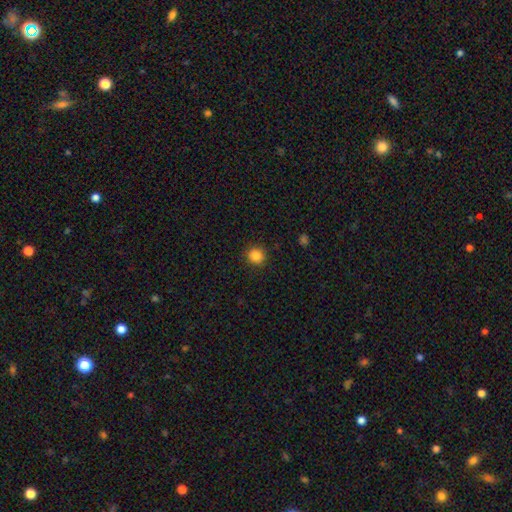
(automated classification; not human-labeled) Smooth or featured? Predicted: smooth (p=0.86). How rounded? Predicted: round (p=0.89). Merging? Predicted: none (p=0.90).